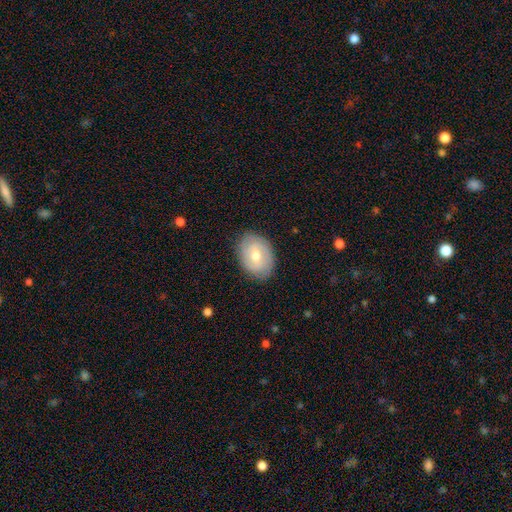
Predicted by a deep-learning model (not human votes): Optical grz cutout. It shows a featured or disk galaxy (53%). Merging: none (83%).